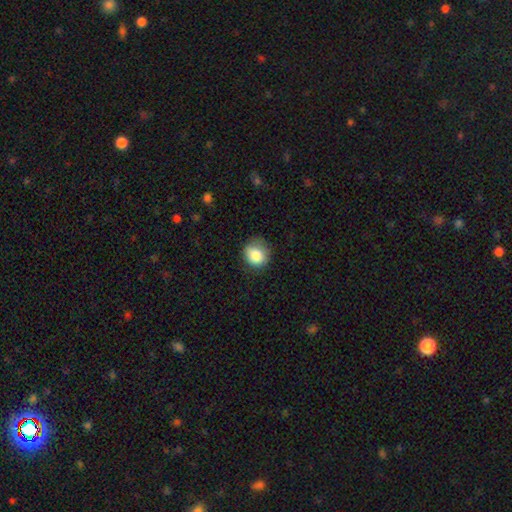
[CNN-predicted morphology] The model was most divided on "merging": none: 70%, minor disturbance: 23%, major disturbance: 6%, merger: 1%. More confident: smooth or featured — smooth (84%); how rounded — round (78%).